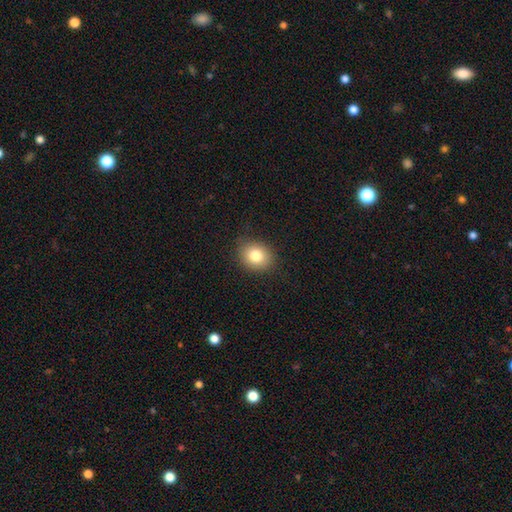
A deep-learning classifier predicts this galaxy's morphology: smooth 81%, star or artifact 10%, featured or disk 9%. Down the decision tree: how rounded — round (64%); merging — none (87%).